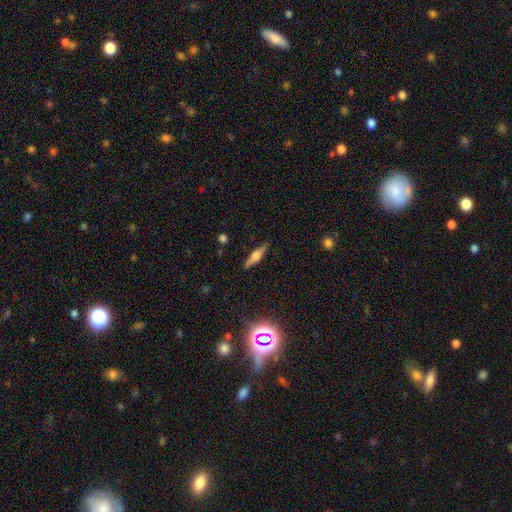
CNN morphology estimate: A featured or disk galaxy (60%) viewed edge-on (96%) with a rounded central bulge (85%). Merging: none (88%).